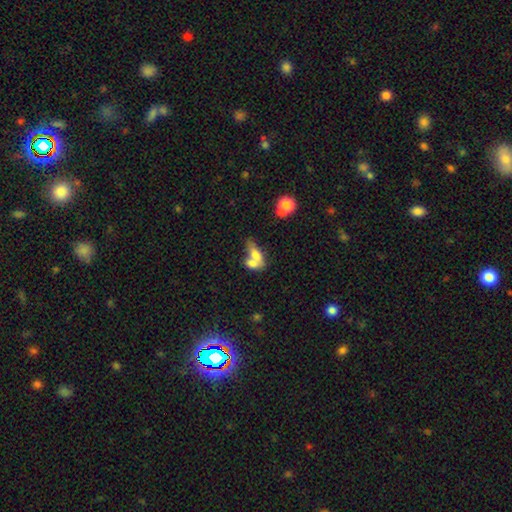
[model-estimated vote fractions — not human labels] The model was most divided on "smooth or featured": smooth: 67%, featured or disk: 24%, star or artifact: 9%. More confident: how rounded — in between (79%); merging — merger (65%).